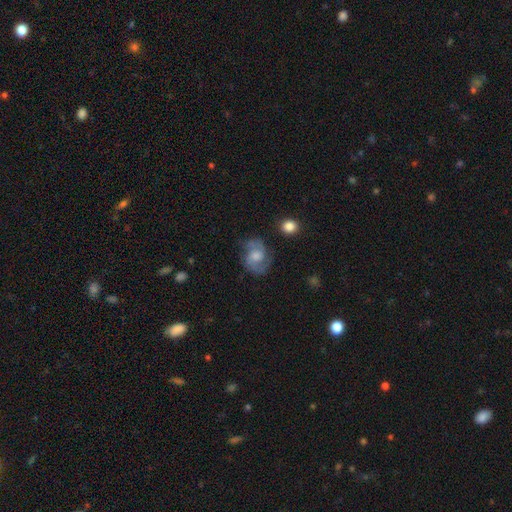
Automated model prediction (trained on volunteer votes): Q: Smooth or featured?
A: featured or disk (70%); runner-up: smooth (22%)
Q: Edge-on disk?
A: no (98%); runner-up: yes (2%)
Q: Bar?
A: no (55%); runner-up: weak (38%)
Q: Spiral arms?
A: yes (92%); runner-up: no (8%)
Q: Spiral winding?
A: medium (53%); runner-up: loose (26%)
Q: Spiral arm count?
A: 2 (83%); runner-up: can't tell (8%)
Q: Bulge size?
A: moderate (44%); runner-up: small (31%)
Q: Merging?
A: none (63%); runner-up: minor disturbance (22%)